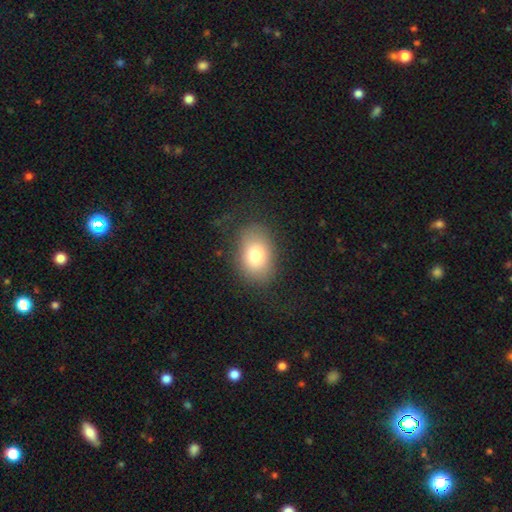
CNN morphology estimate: The model was most divided on "how rounded": in between: 76%, round: 23%, cigar-shaped: 1%. More confident: smooth or featured — smooth (77%); merging — none (75%).